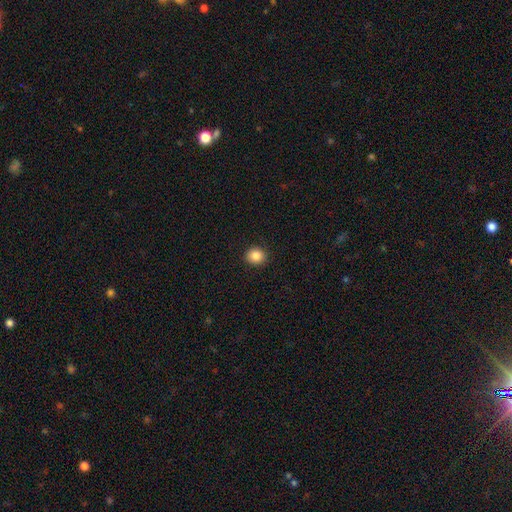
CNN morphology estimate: This appears to be a smooth galaxy with no disk features (85%) that is round (80%). Merging: none (91%).